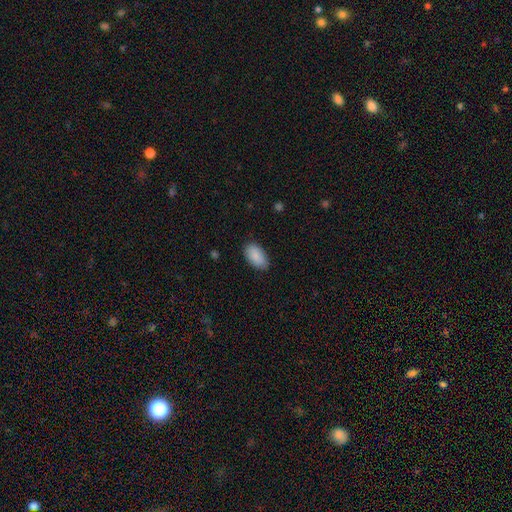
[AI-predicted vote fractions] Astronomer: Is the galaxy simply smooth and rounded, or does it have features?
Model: smooth — 89%.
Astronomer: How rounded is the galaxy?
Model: in between — 95%.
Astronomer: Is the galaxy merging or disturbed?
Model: none — 83%.